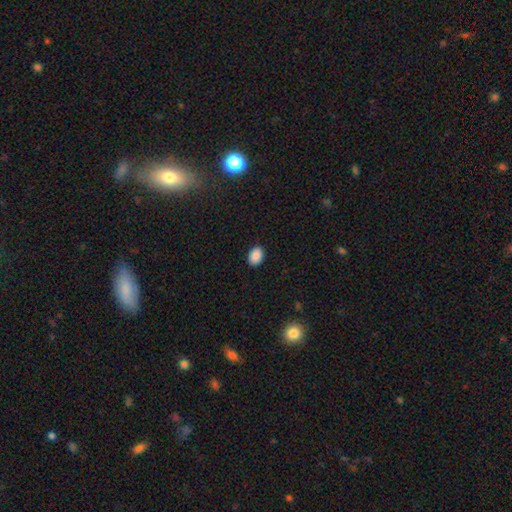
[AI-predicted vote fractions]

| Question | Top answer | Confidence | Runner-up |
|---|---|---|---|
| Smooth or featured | smooth | 90% | star or artifact (8%) |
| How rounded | in between | 78% | round (21%) |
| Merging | none | 89% | minor disturbance (8%) |